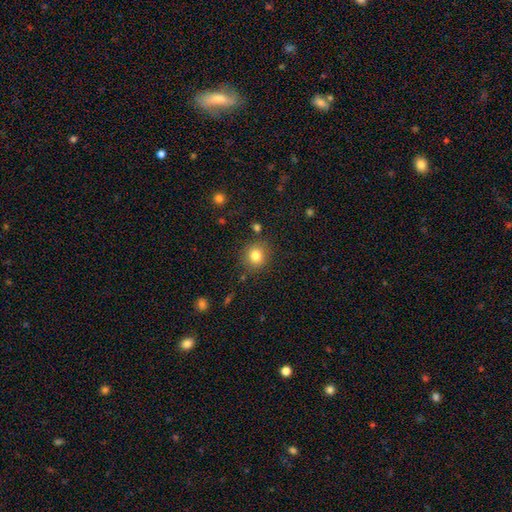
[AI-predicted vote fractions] This appears to be a smooth galaxy with no disk features (81%) that is round (87%). Merging: none (85%).